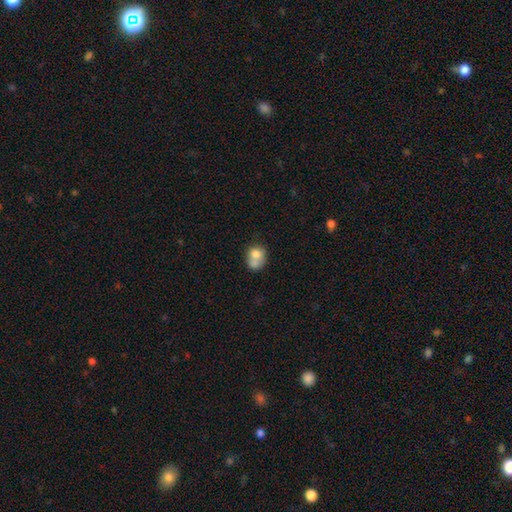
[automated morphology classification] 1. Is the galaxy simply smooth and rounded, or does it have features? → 72% smooth, 19% featured or disk, 9% star or artifact.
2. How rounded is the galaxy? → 60% round, 40% in between, 1% cigar-shaped.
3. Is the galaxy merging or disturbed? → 54% merger, 27% none, 13% minor disturbance, 6% major disturbance.